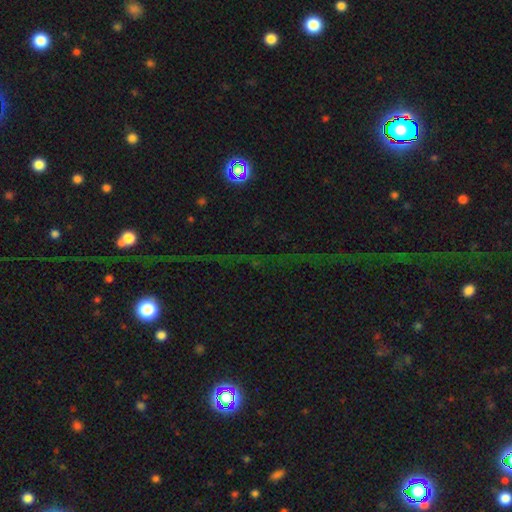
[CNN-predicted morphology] A star or artifact, not a galaxy (75%).